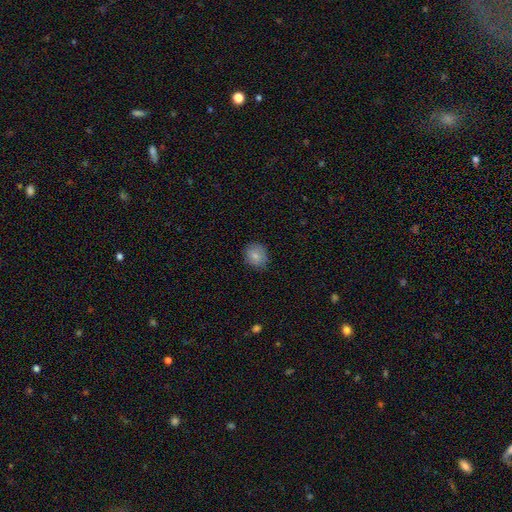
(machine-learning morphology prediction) Smooth or featured: smooth — 82% (featured or disk — 9%)
How rounded: round — 73% (in between — 26%)
Merging: none — 82% (minor disturbance — 14%)